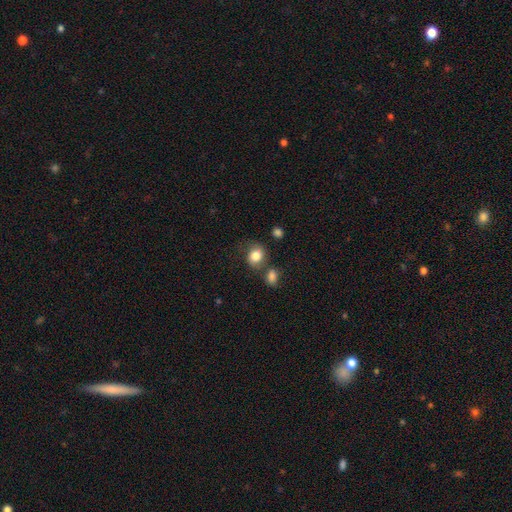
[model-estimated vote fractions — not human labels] A smooth galaxy with no disk features (82%) that is round (56%).

Vote fractions:
- Smooth or featured? smooth: 82% / featured or disk: 9% / star or artifact: 9%
- How rounded? round: 56% / in between: 43% / cigar-shaped: 1%
- Merging? none: 59% / minor disturbance: 19% / merger: 15% / major disturbance: 7%